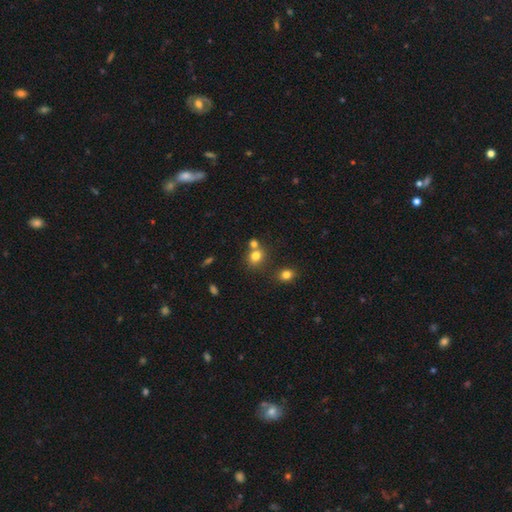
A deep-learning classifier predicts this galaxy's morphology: smooth 77%, star or artifact 14%, featured or disk 9%. Down the decision tree: how rounded — round (69%); merging — none (55%).